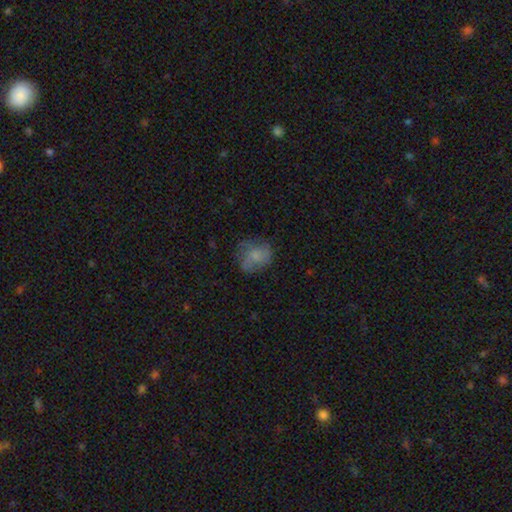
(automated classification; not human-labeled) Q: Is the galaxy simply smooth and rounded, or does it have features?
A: smooth — 63%.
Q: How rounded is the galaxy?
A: round — 65%.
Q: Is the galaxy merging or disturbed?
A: none — 60%.